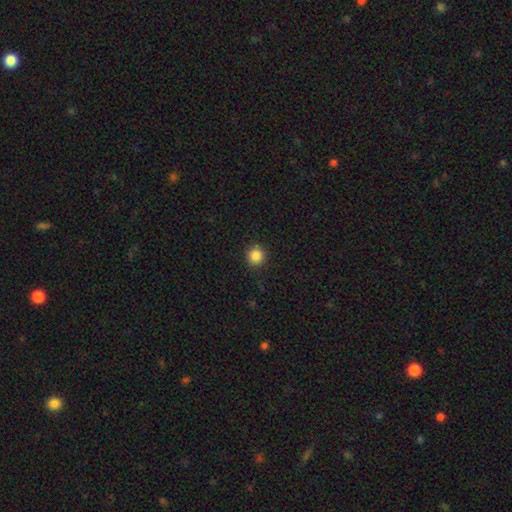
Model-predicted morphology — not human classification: Smooth or featured: smooth — 86% (star or artifact — 10%)
How rounded: round — 94% (in between — 5%)
Merging: none — 92% (minor disturbance — 6%)